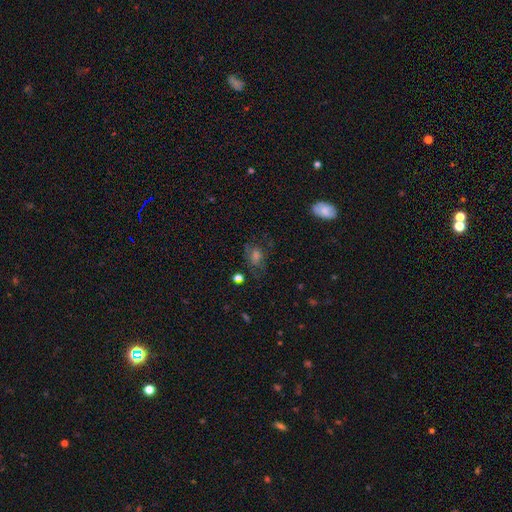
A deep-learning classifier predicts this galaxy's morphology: smooth 41%, featured or disk 33%, star or artifact 26%. Down the decision tree: merging — none (66%).